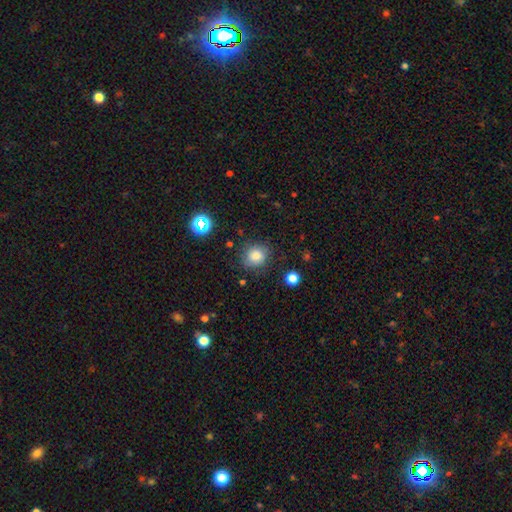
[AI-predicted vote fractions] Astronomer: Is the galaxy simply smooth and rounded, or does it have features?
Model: smooth — 81%.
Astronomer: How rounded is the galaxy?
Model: round — 79%.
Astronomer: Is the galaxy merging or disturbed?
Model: none — 81%.